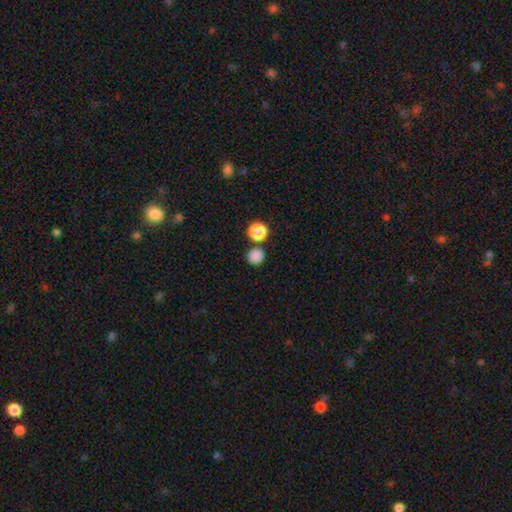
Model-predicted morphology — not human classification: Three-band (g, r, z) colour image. It shows a smooth galaxy with no disk features (84%) that is round (92%). Merging: none (80%).